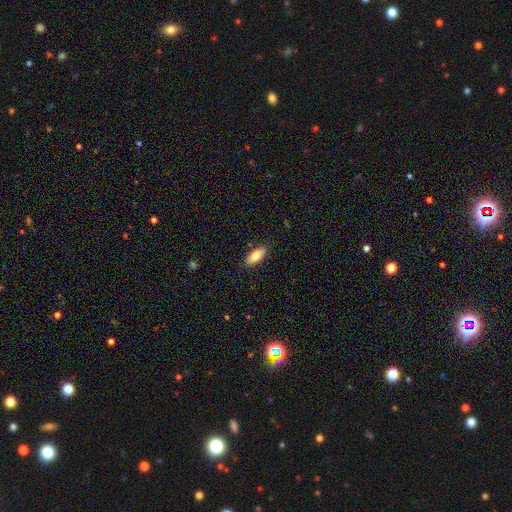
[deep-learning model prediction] This appears to be a smooth galaxy with no disk features (78%) that is in between round and cigar-shaped (75%). Merging: none (86%).